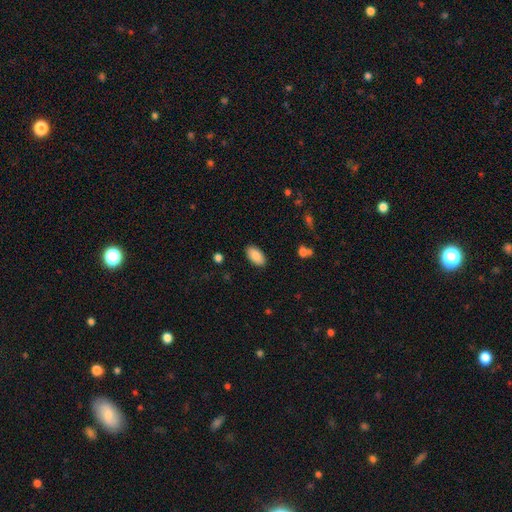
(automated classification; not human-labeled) The model was most divided on "merging": none: 88%, minor disturbance: 9%, major disturbance: 2%, merger: 1%. More confident: how rounded — in between (95%); smooth or featured — smooth (88%).